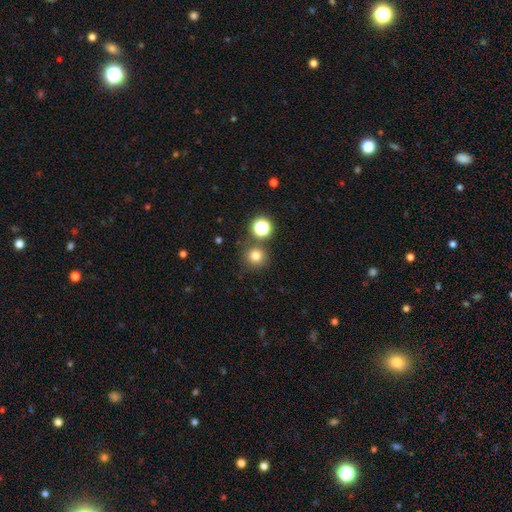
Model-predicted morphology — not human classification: Smooth or featured?
  - smooth: 76% *
  - star or artifact: 17%
  - featured or disk: 7%
How rounded?
  - round: 94% *
  - in between: 5%
  - cigar-shaped: 1%
Merging?
  - none: 78% *
  - merger: 10%
  - minor disturbance: 8%
  - major disturbance: 3%